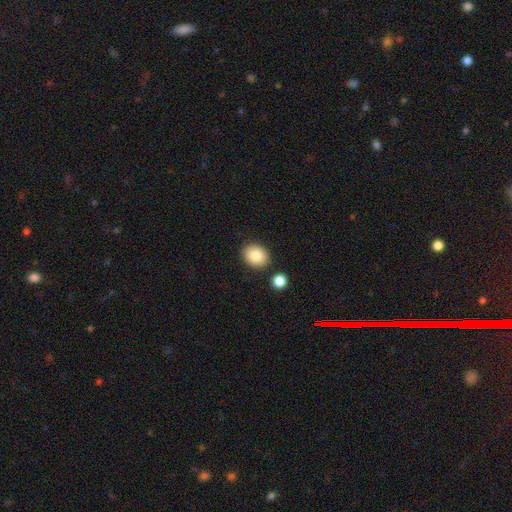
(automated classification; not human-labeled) A smooth galaxy with no disk features (85%) that is in between round and cigar-shaped (51%).

Vote fractions:
- Smooth or featured? smooth: 85% / star or artifact: 8% / featured or disk: 6%
- How rounded? in between: 51% / round: 48% / cigar-shaped: 1%
- Merging? none: 84% / minor disturbance: 9% / merger: 5% / major disturbance: 2%